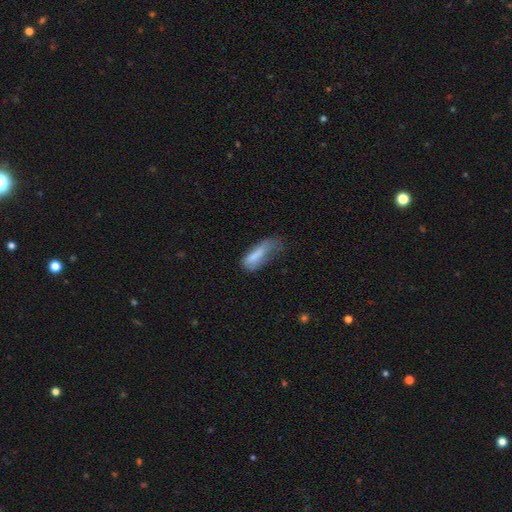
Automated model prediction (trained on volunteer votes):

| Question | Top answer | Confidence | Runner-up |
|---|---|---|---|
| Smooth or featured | smooth | 74% | featured or disk (18%) |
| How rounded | in between | 55% | cigar-shaped (43%) |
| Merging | major disturbance | 39% | minor disturbance (34%) |